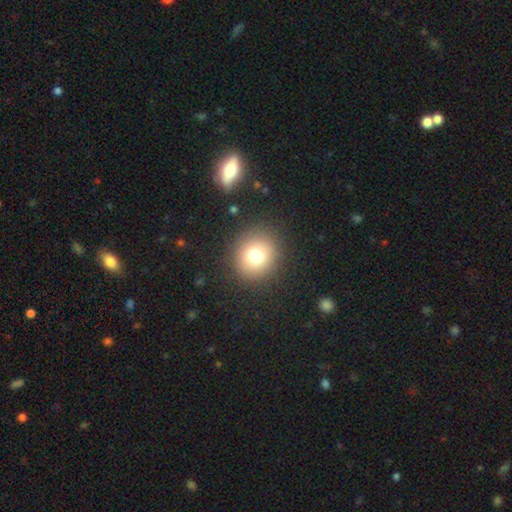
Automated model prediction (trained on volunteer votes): Smooth or featured? smooth (76%)
How rounded? round (87%)
Merging? none (88%)